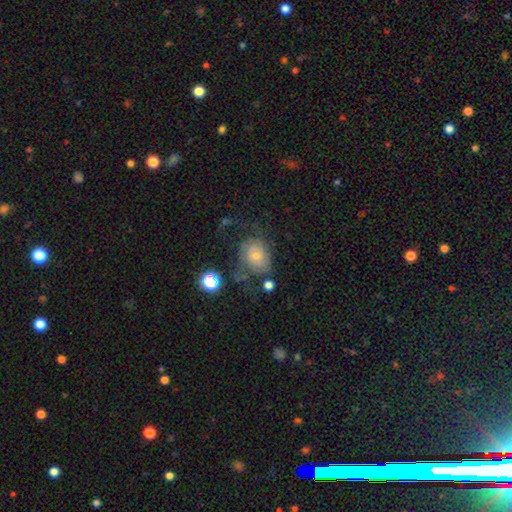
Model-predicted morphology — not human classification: This appears to be a featured or disk galaxy (46%). Merging: major disturbance (38%).